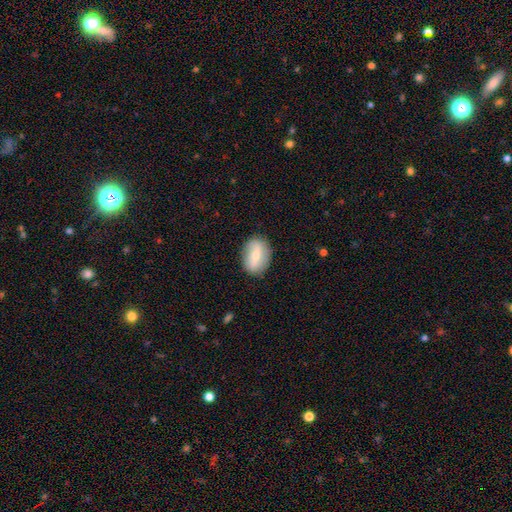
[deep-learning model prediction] A smooth galaxy with no disk features (54%) that is in between round and cigar-shaped (73%).

Vote fractions:
- Smooth or featured? smooth: 54% / featured or disk: 40% / star or artifact: 7%
- How rounded? in between: 73% / round: 25% / cigar-shaped: 2%
- Merging? none: 83% / minor disturbance: 12% / major disturbance: 3% / merger: 1%